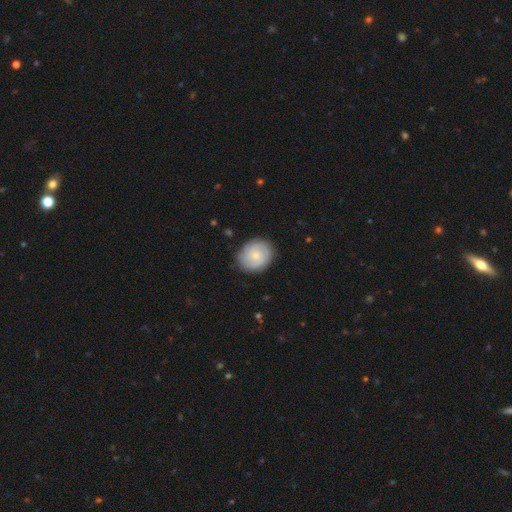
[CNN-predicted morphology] Smooth or featured?
  - smooth: 54% *
  - featured or disk: 40%
  - star or artifact: 7%
How rounded?
  - round: 72% *
  - in between: 27%
  - cigar-shaped: 1%
Merging?
  - none: 84% *
  - minor disturbance: 12%
  - major disturbance: 3%
  - merger: 1%